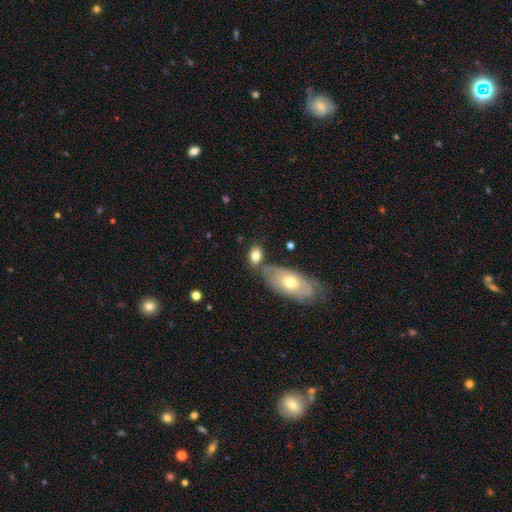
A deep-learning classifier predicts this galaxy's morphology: Smooth or featured?
  - smooth: 77% *
  - featured or disk: 16%
  - star or artifact: 7%
How rounded?
  - in between: 81% *
  - round: 16%
  - cigar-shaped: 4%
Merging?
  - none: 58% *
  - merger: 22%
  - minor disturbance: 15%
  - major disturbance: 5%